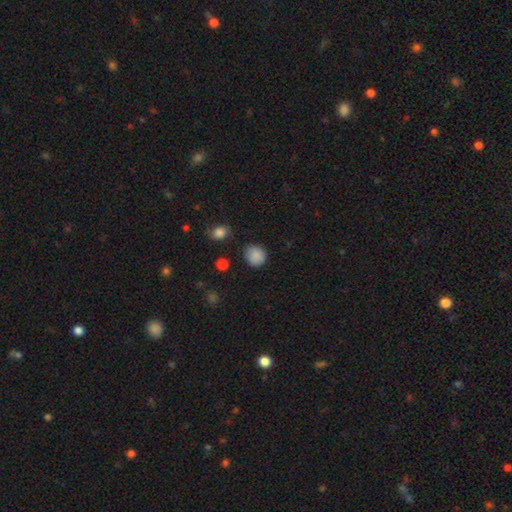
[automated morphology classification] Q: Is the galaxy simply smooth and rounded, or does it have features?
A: smooth — 86%.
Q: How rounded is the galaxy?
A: round — 80%.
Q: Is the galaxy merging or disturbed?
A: none — 80%.